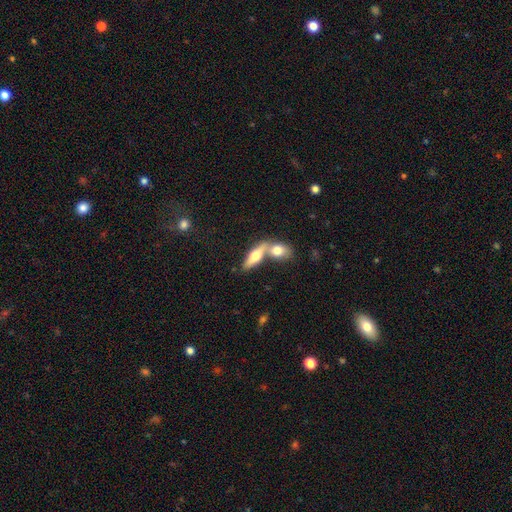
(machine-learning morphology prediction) This appears to be a smooth galaxy with no disk features (54%) that is in between round and cigar-shaped (52%). Merging: merger (56%).